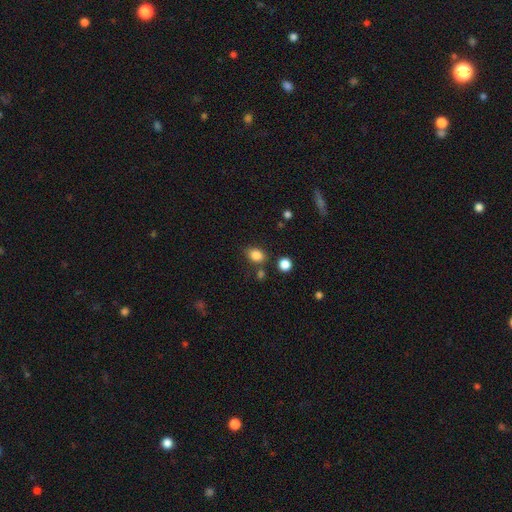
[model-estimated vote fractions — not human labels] Overall: smooth (84%). How rounded: in between (68%; round 30%). Merging: none (73%).